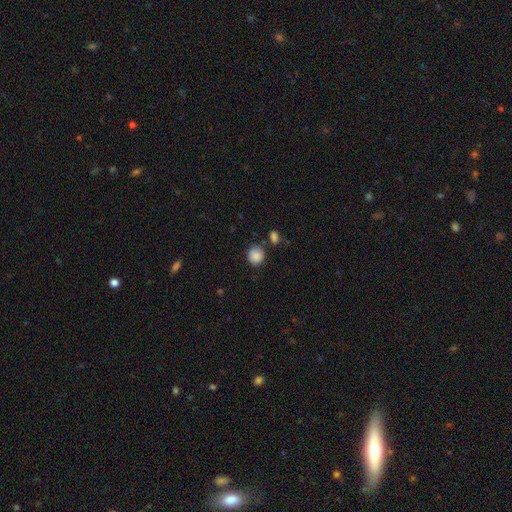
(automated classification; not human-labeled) Smooth or featured? smooth (87%)
How rounded? round (82%)
Merging? none (74%)